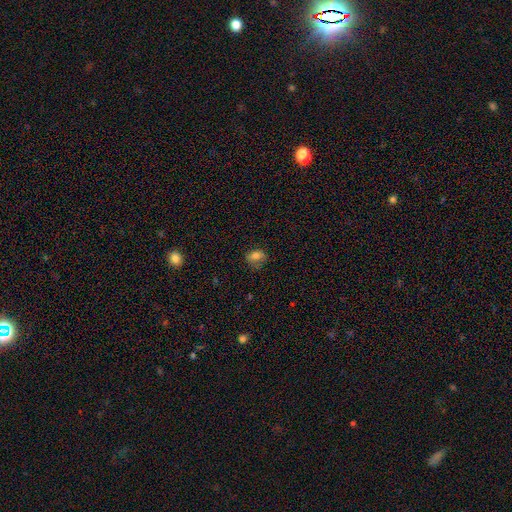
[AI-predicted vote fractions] A smooth galaxy with no disk features (73%) that is in between round and cigar-shaped (56%). Merging: none (61%).